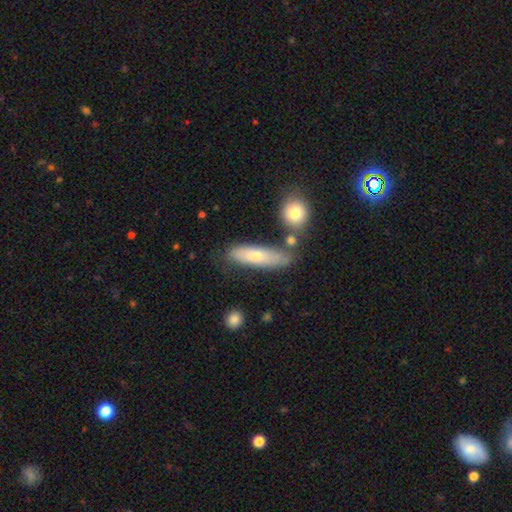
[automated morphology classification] A smooth galaxy with no disk features (64%) that is cigar-shaped (60%).

Vote fractions:
- Smooth or featured? smooth: 64% / featured or disk: 29% / star or artifact: 7%
- How rounded? cigar-shaped: 60% / in between: 37% / round: 3%
- Merging? none: 62% / minor disturbance: 21% / merger: 11% / major disturbance: 6%